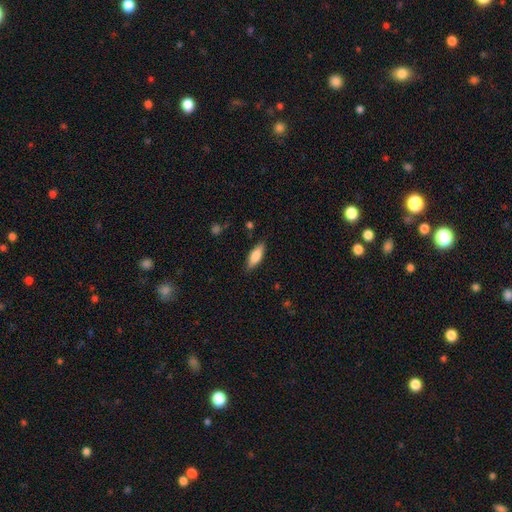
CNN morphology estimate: smooth 78%, featured or disk 16%, star or artifact 6%. Down the decision tree: how rounded — in between (64%); merging — none (86%).